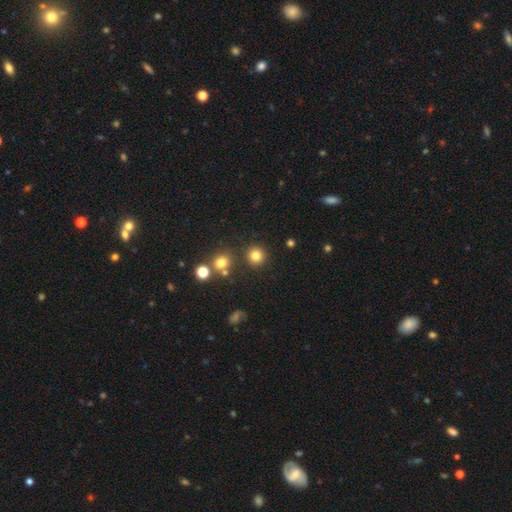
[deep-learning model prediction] This appears to be a smooth galaxy with no disk features (81%) that is round (93%). Merging: none (87%).